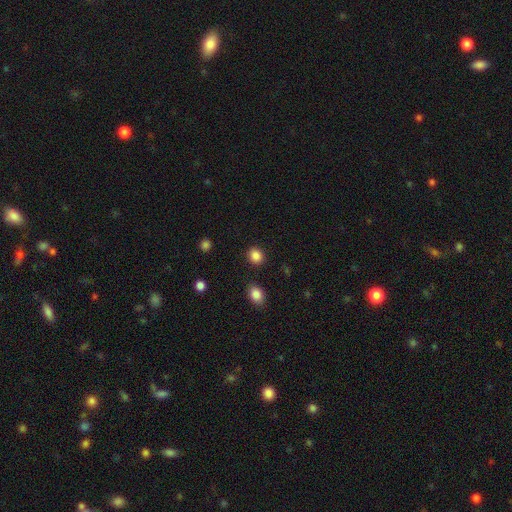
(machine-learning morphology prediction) This is clearly a smooth galaxy (87%). How rounded: likely round (73%). Merging: clearly none (89%).